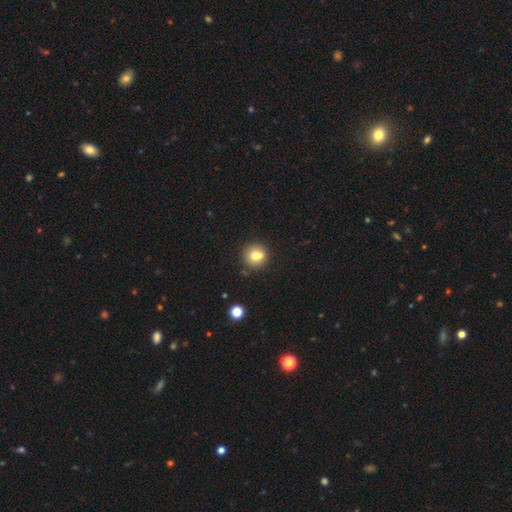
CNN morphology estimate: Smooth or featured?
  - smooth: 72% *
  - featured or disk: 16%
  - star or artifact: 12%
How rounded?
  - round: 92% *
  - in between: 7%
  - cigar-shaped: 1%
Merging?
  - none: 65% *
  - merger: 23%
  - minor disturbance: 9%
  - major disturbance: 3%